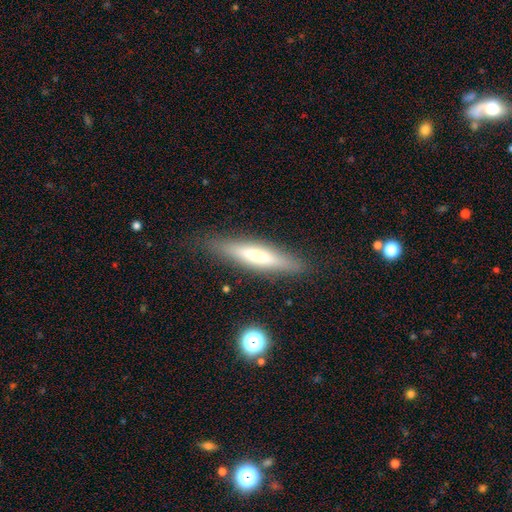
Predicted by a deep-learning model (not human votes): smooth_or_featured: featured or disk (p=0.47) [alt: smooth p=0.44]
merging: none (p=0.85) [alt: minor disturbance p=0.11]